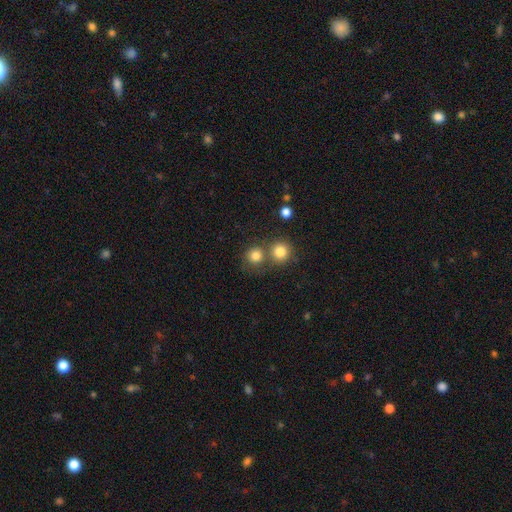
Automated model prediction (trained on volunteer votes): Smooth or featured: smooth — 81% (star or artifact — 12%)
How rounded: round — 89% (in between — 10%)
Merging: none — 59% (merger — 31%)